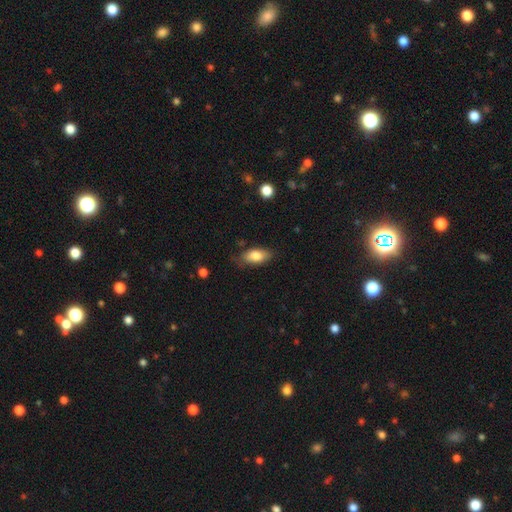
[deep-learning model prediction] The model was most divided on "merging": none: 74%, minor disturbance: 20%, major disturbance: 4%, merger: 1%. More confident: how rounded — in between (87%); smooth or featured — smooth (80%).